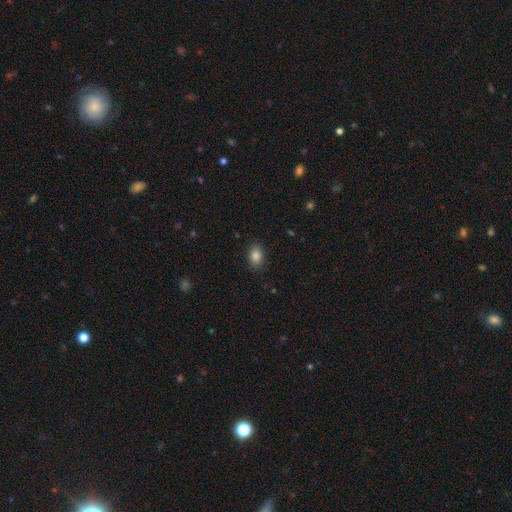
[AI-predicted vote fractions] The model was most divided on "how rounded": in between: 77%, round: 22%, cigar-shaped: 1%. More confident: merging — none (86%); smooth or featured — smooth (86%).